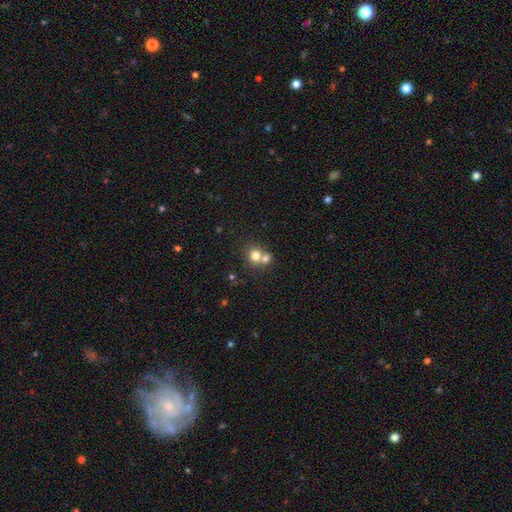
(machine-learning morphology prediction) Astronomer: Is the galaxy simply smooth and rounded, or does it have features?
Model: smooth — 76%.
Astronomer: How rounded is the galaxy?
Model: round — 81%.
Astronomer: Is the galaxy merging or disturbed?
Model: merger — 50% (runner-up: none, 41%).